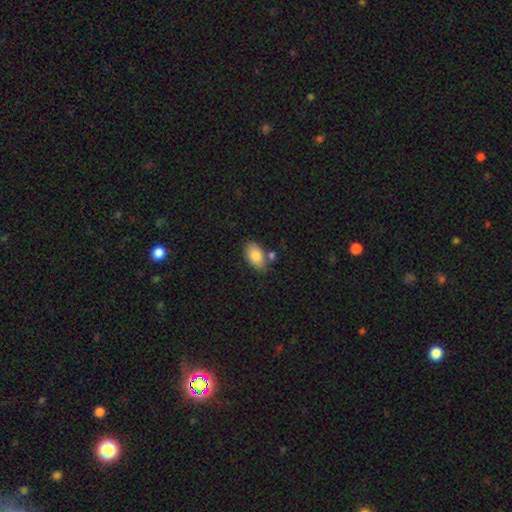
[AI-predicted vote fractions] Smooth or featured? smooth (84%)
How rounded? in between (92%)
Merging? none (65%)